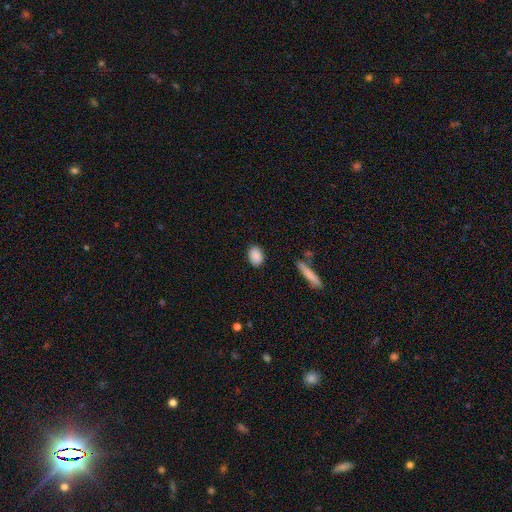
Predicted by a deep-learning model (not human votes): Smooth or featured: smooth — 88% (star or artifact — 7%)
How rounded: in between — 76% (round — 21%)
Merging: none — 86% (minor disturbance — 10%)